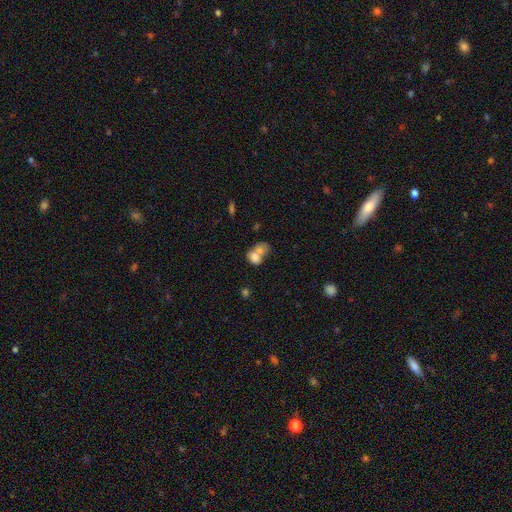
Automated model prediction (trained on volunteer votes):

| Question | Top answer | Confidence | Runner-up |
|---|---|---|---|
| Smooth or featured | smooth | 74% | featured or disk (17%) |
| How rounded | in between | 61% | round (38%) |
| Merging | merger | 68% | none (19%) |